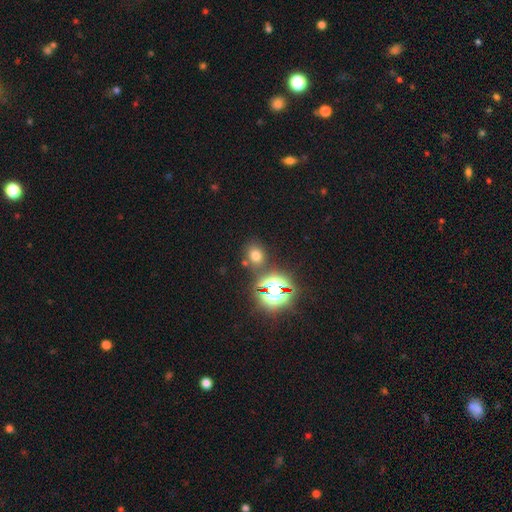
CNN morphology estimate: smooth 63%, star or artifact 29%, featured or disk 8%. Down the decision tree: how rounded — round (67%); merging — none (78%).